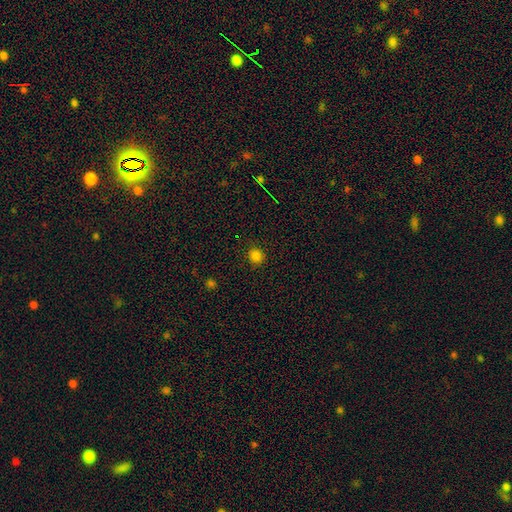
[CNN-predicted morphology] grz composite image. It shows a smooth galaxy with no disk features (81%) that is round (89%). Merging: none (90%).